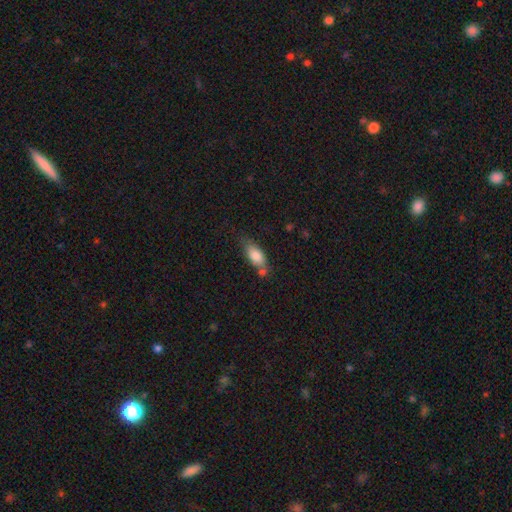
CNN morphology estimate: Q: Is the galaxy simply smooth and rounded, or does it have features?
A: smooth — 81%.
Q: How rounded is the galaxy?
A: in between — 83%.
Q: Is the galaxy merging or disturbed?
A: none — 53%.